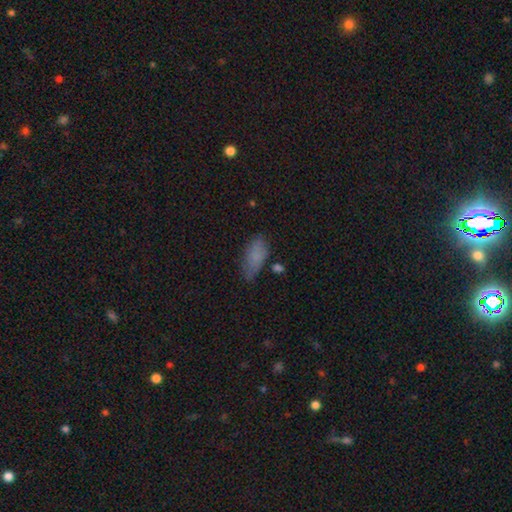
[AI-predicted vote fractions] The model was most divided on "merging": none: 60%, minor disturbance: 27%, major disturbance: 7%, merger: 5%. More confident: how rounded — in between (86%); smooth or featured — smooth (79%).